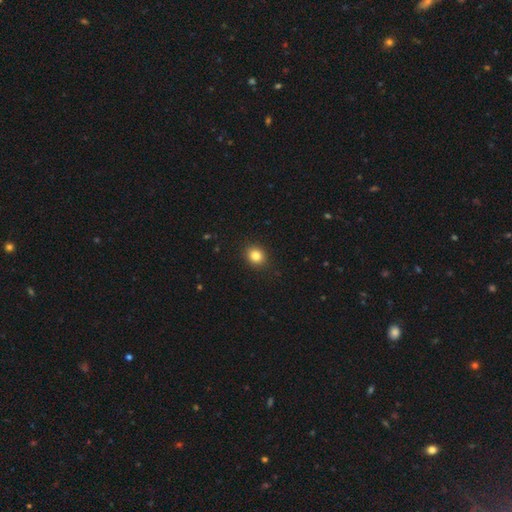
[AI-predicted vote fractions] Smooth or featured?
  - smooth: 83% *
  - star or artifact: 11%
  - featured or disk: 6%
How rounded?
  - round: 69% *
  - in between: 30%
  - cigar-shaped: 1%
Merging?
  - none: 90% *
  - minor disturbance: 7%
  - major disturbance: 2%
  - merger: 1%